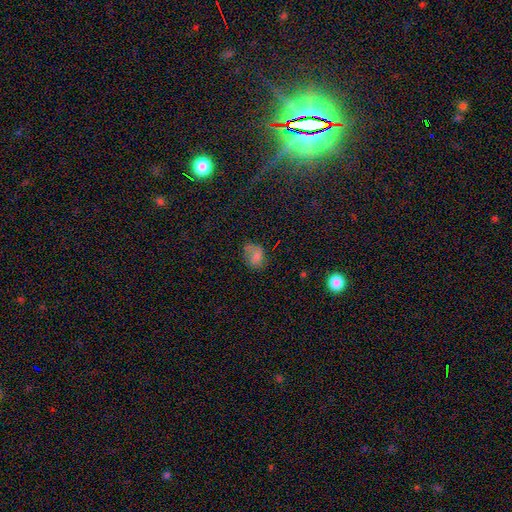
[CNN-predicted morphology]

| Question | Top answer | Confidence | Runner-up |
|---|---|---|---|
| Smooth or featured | smooth | 72% | star or artifact (15%) |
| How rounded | in between | 71% | round (28%) |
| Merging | none | 47% | minor disturbance (30%) |